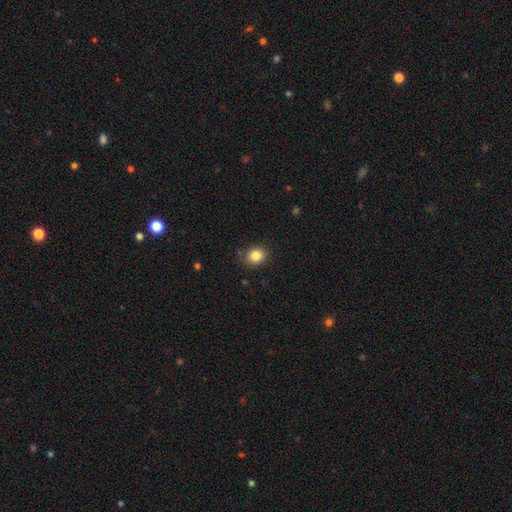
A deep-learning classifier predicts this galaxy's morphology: smooth_or_featured: smooth (p=0.84) [alt: star or artifact p=0.10]
how_rounded: round (p=0.64) [alt: in between p=0.35]
merging: none (p=0.83) [alt: minor disturbance p=0.12]